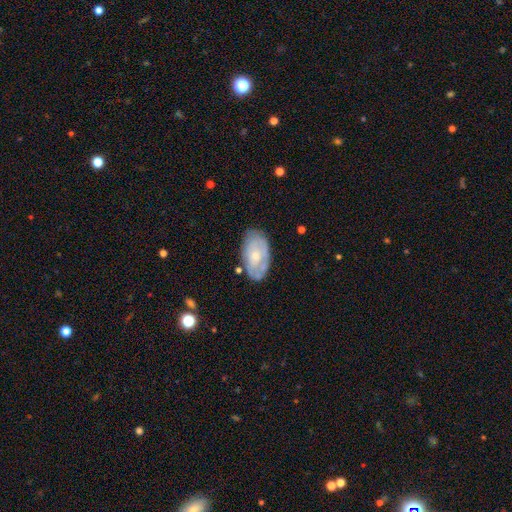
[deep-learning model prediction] featured or disk 49%, smooth 45%, star or artifact 6%. Down the decision tree: merging — none (69%).